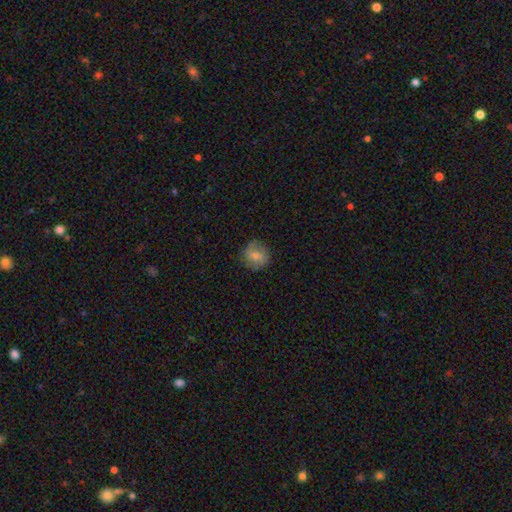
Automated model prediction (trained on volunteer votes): Q: Smooth or featured?
A: smooth (62%); runner-up: featured or disk (30%)
Q: How rounded?
A: round (86%); runner-up: in between (13%)
Q: Merging?
A: none (82%); runner-up: minor disturbance (14%)